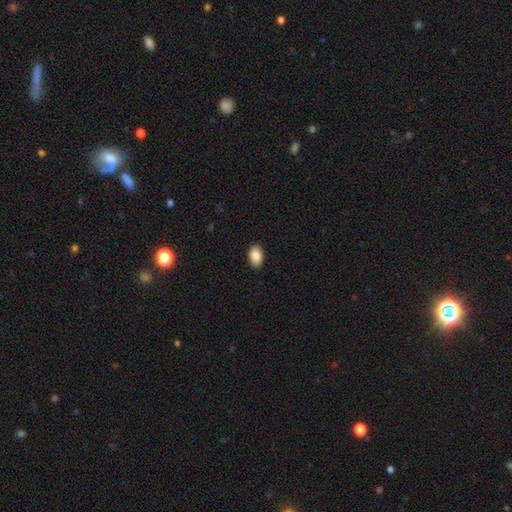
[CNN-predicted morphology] Smooth or featured? smooth (88%)
How rounded? in between (91%)
Merging? none (90%)